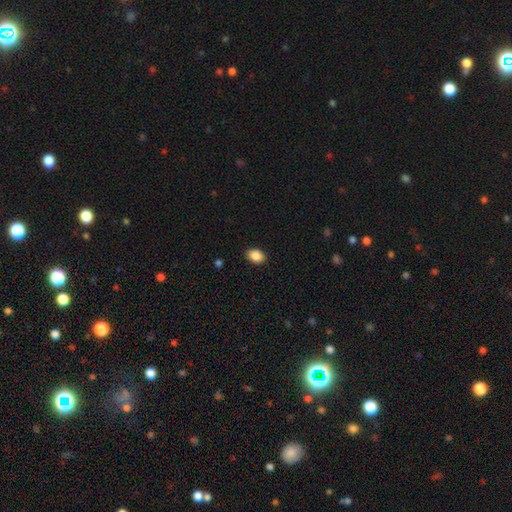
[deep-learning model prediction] Q: Smooth or featured?
A: smooth (88%); runner-up: star or artifact (8%)
Q: How rounded?
A: in between (77%); runner-up: round (22%)
Q: Merging?
A: none (89%); runner-up: minor disturbance (8%)